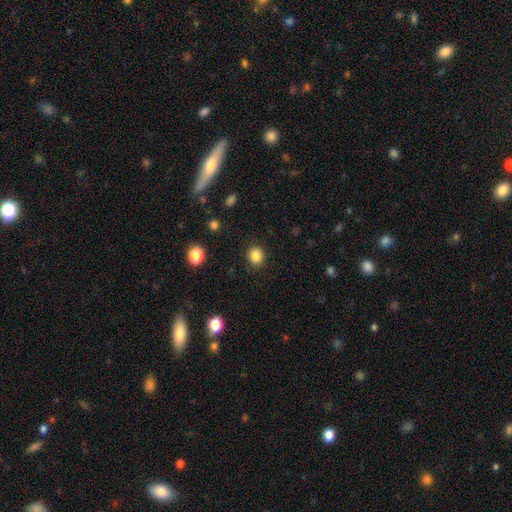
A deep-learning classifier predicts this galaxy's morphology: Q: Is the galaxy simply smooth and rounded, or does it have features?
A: smooth — 85%.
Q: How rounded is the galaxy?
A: round — 75%.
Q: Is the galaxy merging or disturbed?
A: none — 89%.